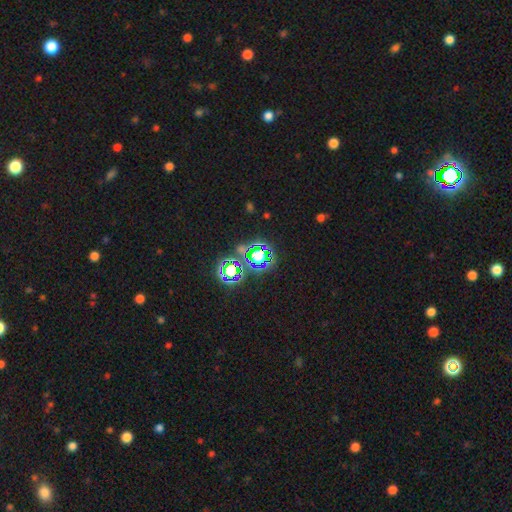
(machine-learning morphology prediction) smooth_or_featured: star or artifact (p=0.67) [alt: smooth p=0.22]